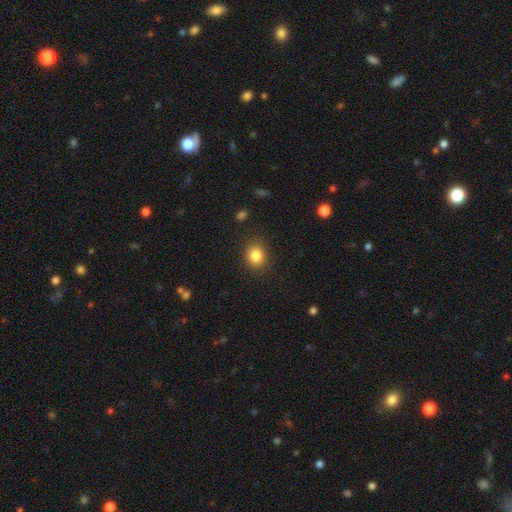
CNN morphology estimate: smooth-or-featured: smooth: 84% | star or artifact: 10% | featured or disk: 5%
  how-rounded: round: 66% | in between: 33% | cigar-shaped: 1%
  merging: none: 86% | minor disturbance: 9% | major disturbance: 3% | merger: 1%